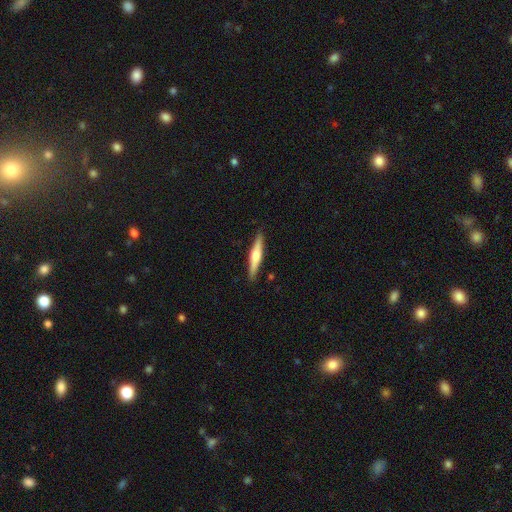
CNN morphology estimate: smooth-or-featured: featured or disk: 55% | smooth: 39% | star or artifact: 6%
  disk-edge-on: yes: 97% | no: 3%
    edge-on-bulge: rounded: 87% | boxy: 8% | none: 6%
  merging: none: 89% | minor disturbance: 8% | major disturbance: 2% | merger: 1%